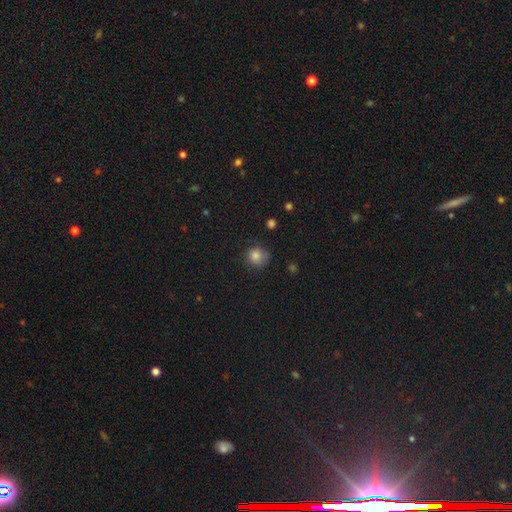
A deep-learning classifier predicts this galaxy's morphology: This appears to be a smooth galaxy with no disk features (82%) that is round (85%). Merging: none (72%).